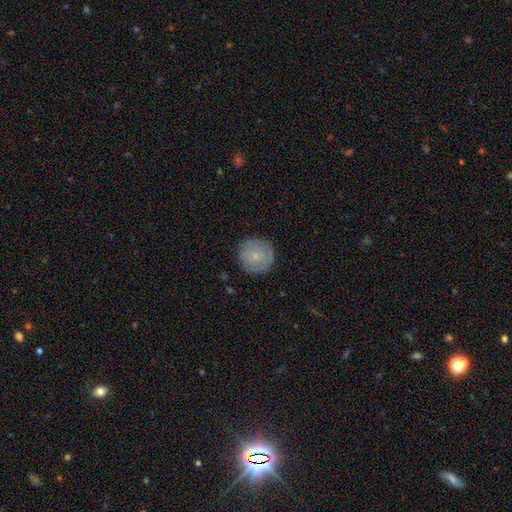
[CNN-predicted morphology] type=smooth (68%); roundness=round (94%); merging=none (85%).